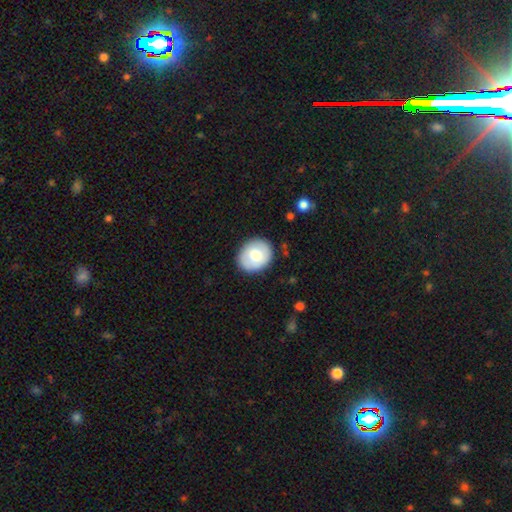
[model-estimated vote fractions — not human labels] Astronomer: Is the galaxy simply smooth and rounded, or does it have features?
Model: smooth — 74%.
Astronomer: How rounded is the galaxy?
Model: round — 61% (runner-up: in between, 39%).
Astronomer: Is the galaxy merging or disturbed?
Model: none — 86%.